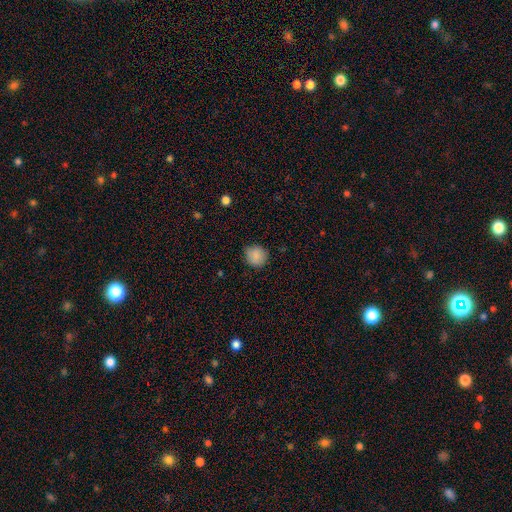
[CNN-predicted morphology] type=smooth (87%); roundness=round (90%); merging=none (82%).